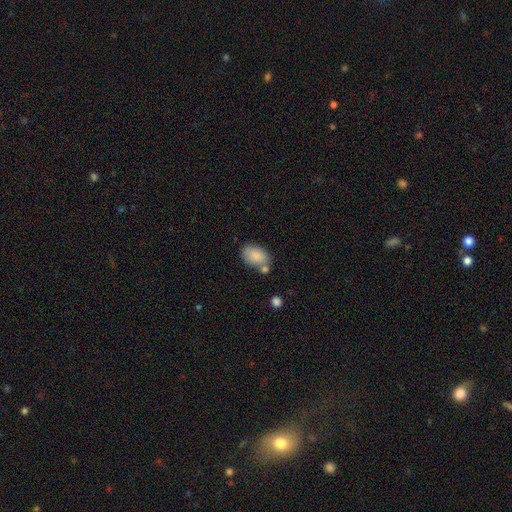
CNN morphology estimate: The model was most divided on "merging": none: 60%, merger: 18%, minor disturbance: 17%, major disturbance: 5%. More confident: how rounded — in between (90%); smooth or featured — smooth (86%).